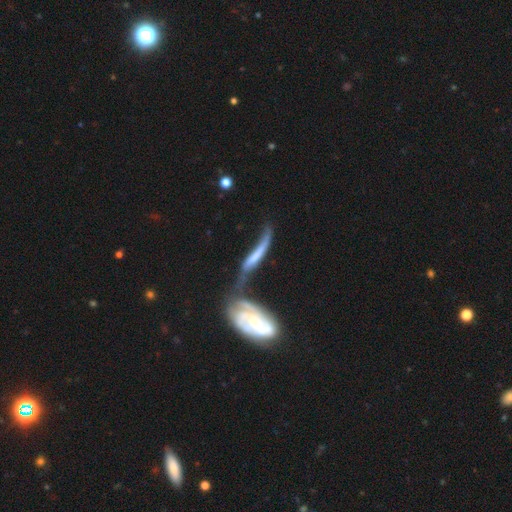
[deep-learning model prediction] smooth_or_featured: featured or disk (p=0.61) [alt: smooth p=0.33]
disk_edge_on: no (p=0.58) [alt: yes p=0.42]
merging: merger (p=0.52) [alt: major disturbance p=0.18]